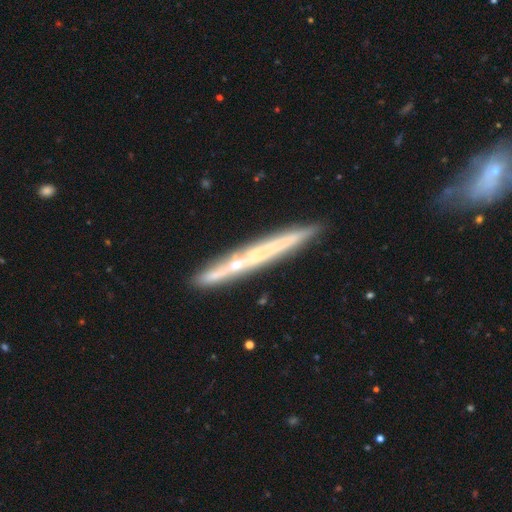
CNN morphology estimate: Q: Smooth or featured?
A: featured or disk (62%); runner-up: smooth (31%)
Q: Edge-on disk?
A: yes (94%); runner-up: no (6%)
Q: Edge-on bulge?
A: none (80%); runner-up: rounded (15%)
Q: Merging?
A: none (83%); runner-up: minor disturbance (10%)